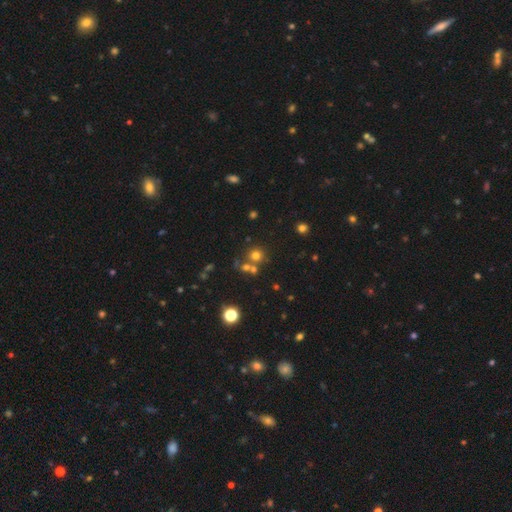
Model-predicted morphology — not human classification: smooth_or_featured: smooth (p=0.66) [alt: star or artifact p=0.22]
how_rounded: round (p=0.89) [alt: in between p=0.10]
merging: none (p=0.61) [alt: merger p=0.27]